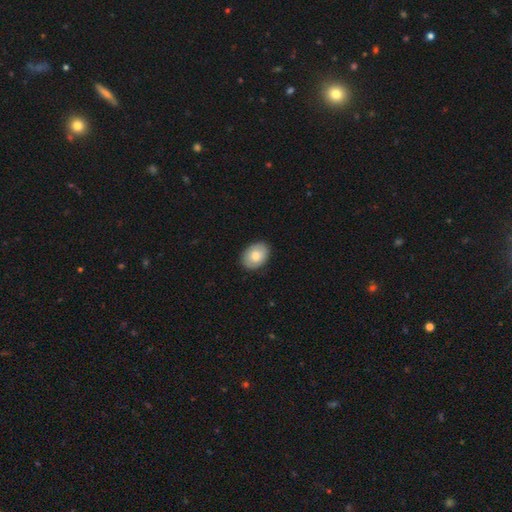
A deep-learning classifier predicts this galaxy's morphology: smooth-or-featured: smooth: 76% | featured or disk: 18% | star or artifact: 6%
  how-rounded: in between: 75% | round: 25% | cigar-shaped: 1%
  merging: none: 87% | minor disturbance: 10% | major disturbance: 2% | merger: 1%